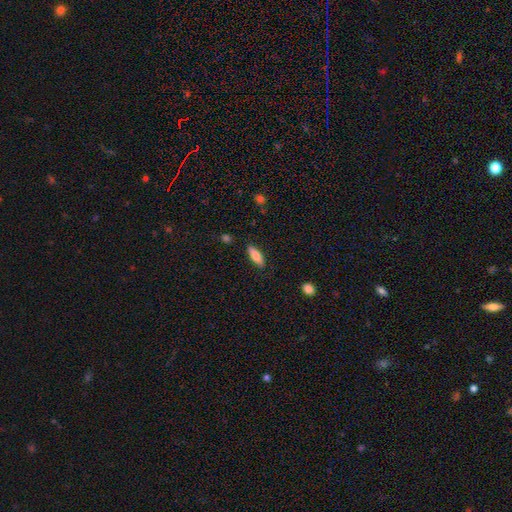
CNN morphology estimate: A smooth galaxy with no disk features (76%) that is in between round and cigar-shaped (62%).

Vote fractions:
- Smooth or featured? smooth: 76% / featured or disk: 18% / star or artifact: 6%
- How rounded? in between: 62% / cigar-shaped: 36% / round: 2%
- Merging? none: 86% / minor disturbance: 10% / major disturbance: 2% / merger: 1%